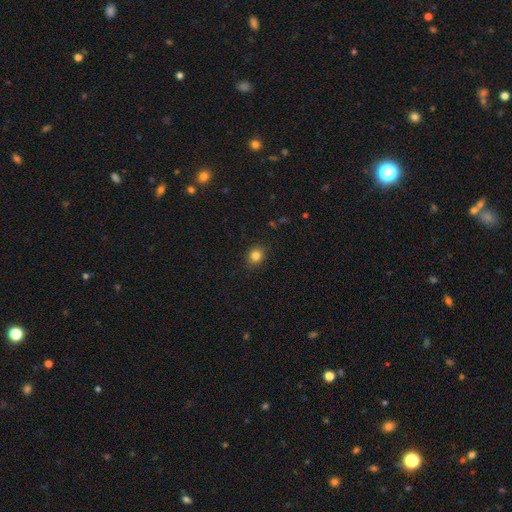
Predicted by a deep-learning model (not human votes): smooth-or-featured: smooth: 83% | star or artifact: 12% | featured or disk: 5%
  how-rounded: round: 76% | in between: 23% | cigar-shaped: 1%
  merging: none: 88% | minor disturbance: 9% | major disturbance: 2% | merger: 1%